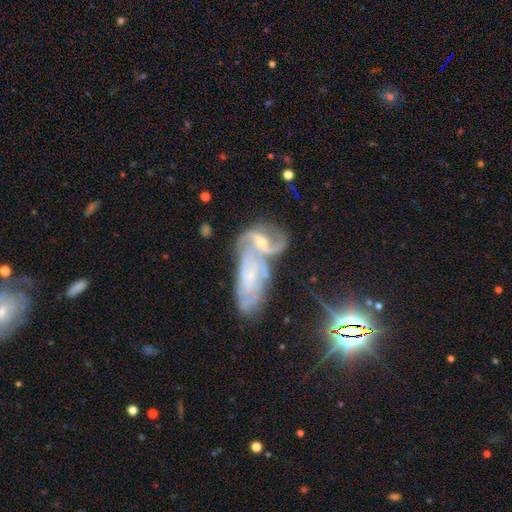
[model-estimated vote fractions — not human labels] Morphology: type=featured or disk (68%); edge-on=no (91%); bar=no (50%); spiral arms=yes (89%); winding=medium (41%); arm count=2 (47%); bulge=small (54%); merging=merger (61%).